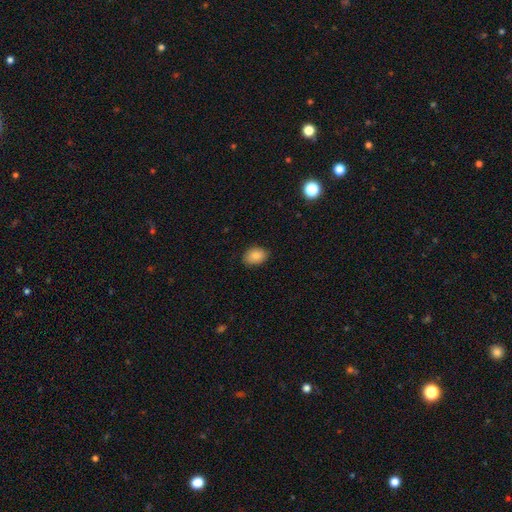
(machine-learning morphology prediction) Smooth or featured?
  - smooth: 86% *
  - star or artifact: 8%
  - featured or disk: 5%
How rounded?
  - in between: 75% *
  - round: 24%
  - cigar-shaped: 1%
Merging?
  - none: 85% *
  - minor disturbance: 12%
  - major disturbance: 2%
  - merger: 1%